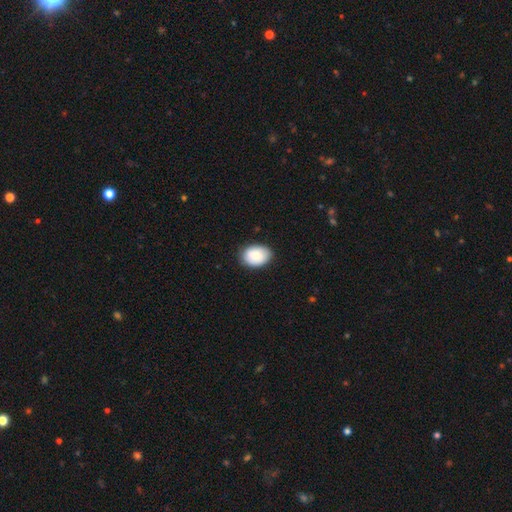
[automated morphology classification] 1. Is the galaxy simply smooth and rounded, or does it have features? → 86% smooth, 8% featured or disk, 7% star or artifact.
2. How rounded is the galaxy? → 74% in between, 25% round, 1% cigar-shaped.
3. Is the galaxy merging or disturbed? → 83% none, 13% minor disturbance, 2% major disturbance, 1% merger.